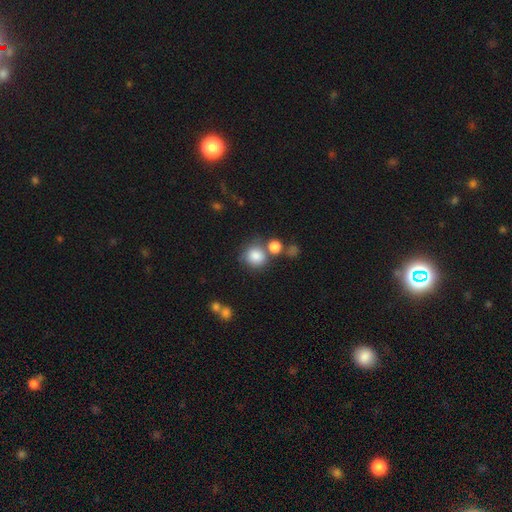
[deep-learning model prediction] smooth 83%, star or artifact 10%, featured or disk 7%. Down the decision tree: how rounded — round (86%); merging — none (59%).